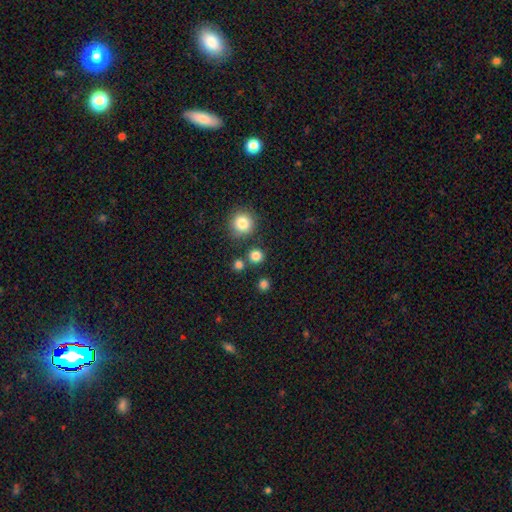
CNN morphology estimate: Smooth or featured: smooth — 82% (star or artifact — 14%)
How rounded: round — 91% (in between — 8%)
Merging: none — 82% (merger — 9%)